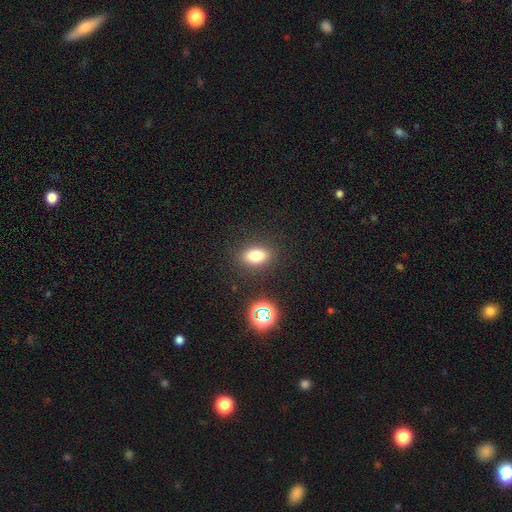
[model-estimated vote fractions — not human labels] smooth-or-featured: smooth: 77% | star or artifact: 13% | featured or disk: 10%
  how-rounded: in between: 80% | round: 15% | cigar-shaped: 5%
  merging: none: 86% | minor disturbance: 9% | major disturbance: 3% | merger: 2%